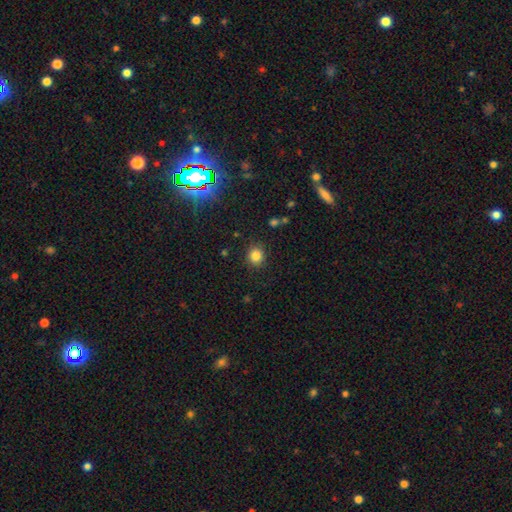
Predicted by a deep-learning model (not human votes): This is clearly a smooth galaxy (83%). How rounded: clearly round (84%). Merging: clearly none (88%).